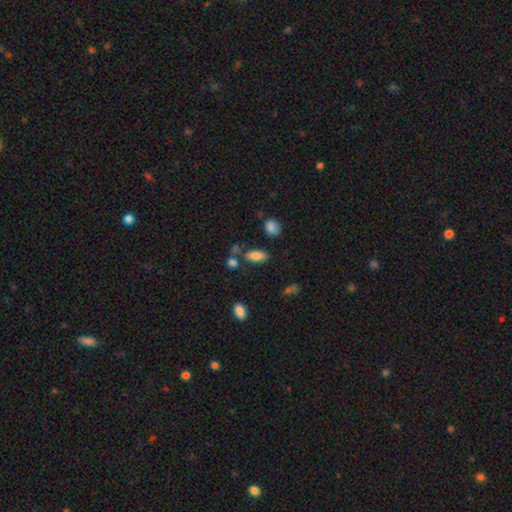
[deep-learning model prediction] smooth 82%, star or artifact 10%, featured or disk 8%. Down the decision tree: how rounded — in between (85%); merging — none (65%).